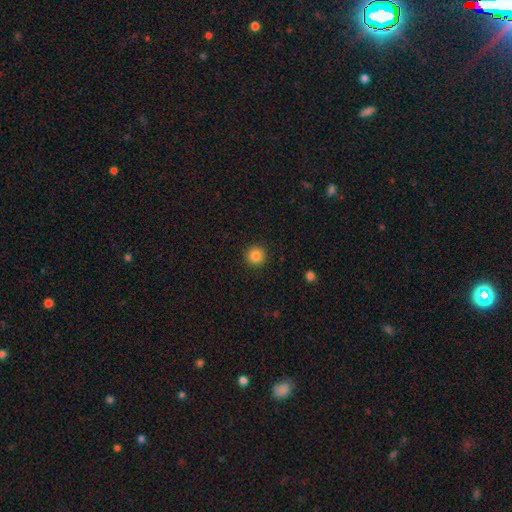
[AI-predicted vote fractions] Morphology: type=smooth (86%); roundness=round (95%); merging=none (93%).